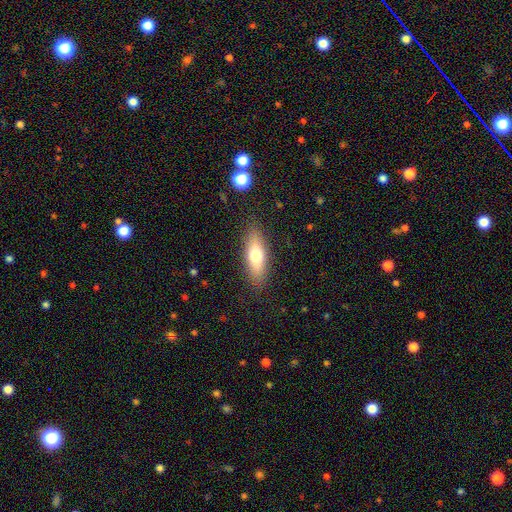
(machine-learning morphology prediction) A smooth galaxy with no disk features (67%) that is in between round and cigar-shaped (53%).

Vote fractions:
- Smooth or featured? smooth: 67% / featured or disk: 25% / star or artifact: 7%
- How rounded? in between: 53% / cigar-shaped: 44% / round: 3%
- Merging? none: 86% / minor disturbance: 10% / major disturbance: 3% / merger: 1%